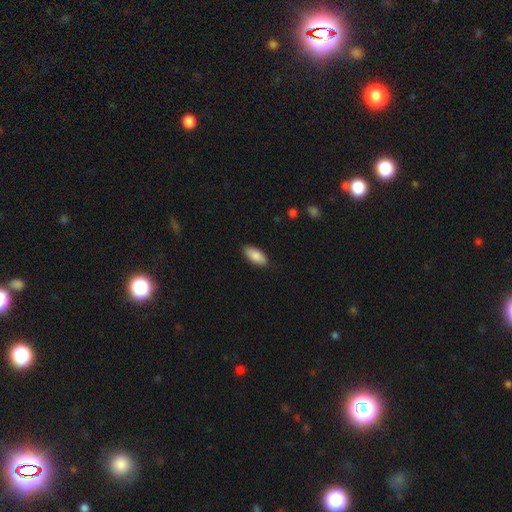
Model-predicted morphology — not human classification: This appears to be a smooth galaxy with no disk features (88%) that is in between round and cigar-shaped (88%). Merging: none (88%).